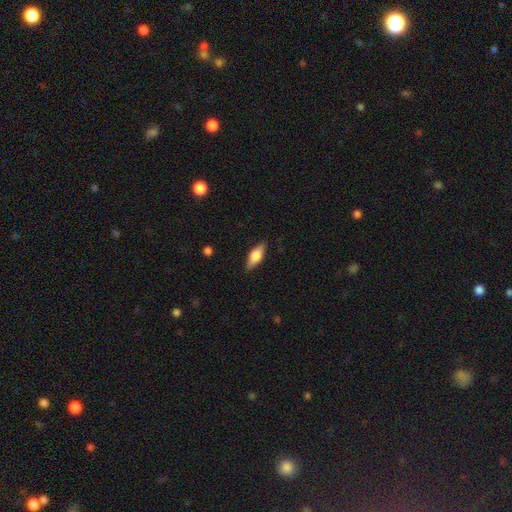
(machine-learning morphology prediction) A smooth galaxy with no disk features (63%) that is in between round and cigar-shaped (69%). Merging: none (86%).